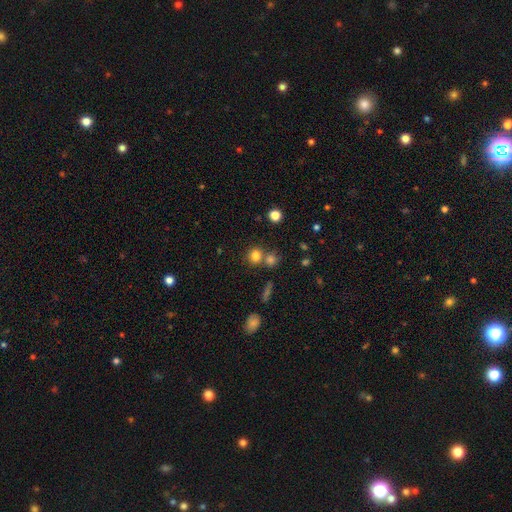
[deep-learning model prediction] Smooth or featured?
  - smooth: 79% *
  - star or artifact: 14%
  - featured or disk: 7%
How rounded?
  - round: 76% *
  - in between: 23%
  - cigar-shaped: 1%
Merging?
  - none: 60% *
  - merger: 27%
  - minor disturbance: 9%
  - major disturbance: 4%